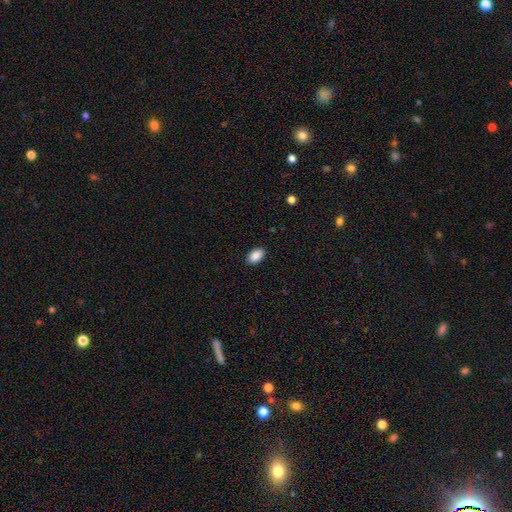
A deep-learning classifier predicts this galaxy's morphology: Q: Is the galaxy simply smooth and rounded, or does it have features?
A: smooth — 89%.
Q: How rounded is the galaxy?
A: in between — 92%.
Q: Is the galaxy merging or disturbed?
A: none — 89%.